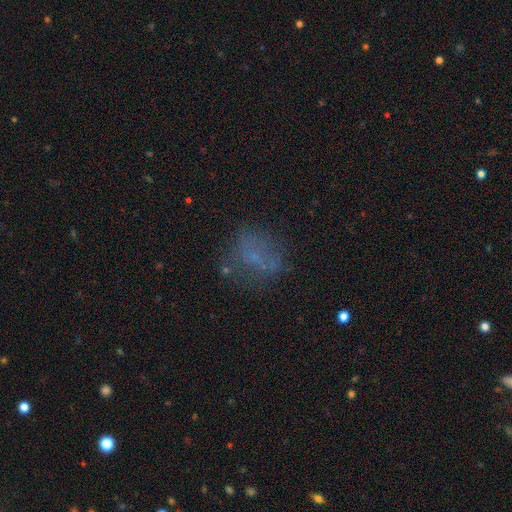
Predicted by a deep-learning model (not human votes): This is possibly a smooth galaxy (50%). How rounded: possibly round (59%). Merging: likely none (61%).